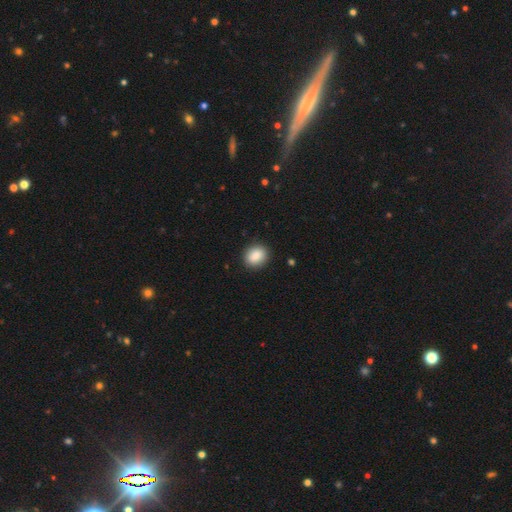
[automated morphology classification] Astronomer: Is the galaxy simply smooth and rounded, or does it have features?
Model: smooth — 88%.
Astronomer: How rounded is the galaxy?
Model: round — 59% (runner-up: in between, 40%).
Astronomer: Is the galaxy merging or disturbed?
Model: none — 89%.